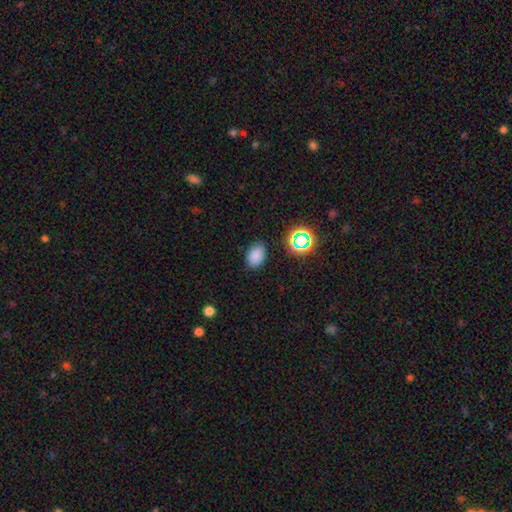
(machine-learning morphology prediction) Smooth or featured?
  - smooth: 79% *
  - star or artifact: 15%
  - featured or disk: 5%
How rounded?
  - in between: 81% *
  - round: 18%
  - cigar-shaped: 1%
Merging?
  - none: 85% *
  - minor disturbance: 10%
  - major disturbance: 3%
  - merger: 2%